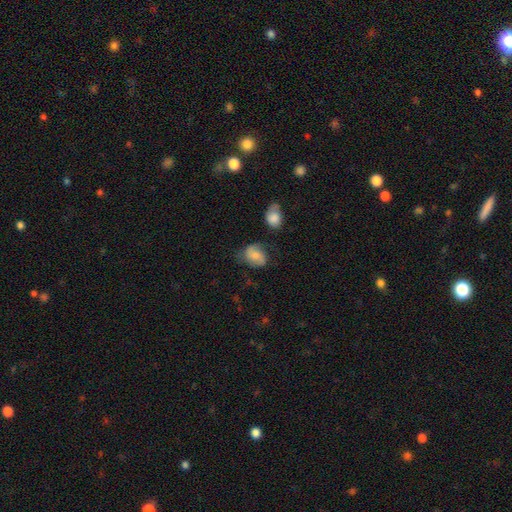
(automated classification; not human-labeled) The model was most divided on "smooth or featured": smooth: 49%, featured or disk: 42%, star or artifact: 9%. More confident: merging — none (59%).